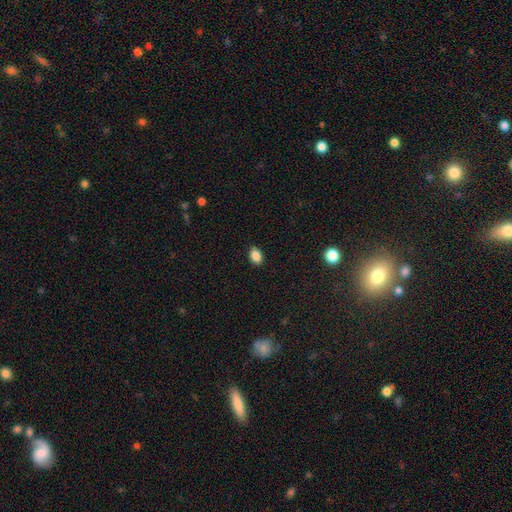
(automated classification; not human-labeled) Overall: smooth (87%). How rounded: in between (84%). Merging: none (89%).